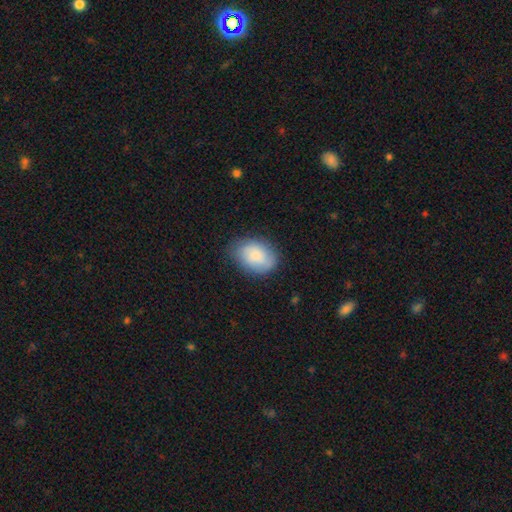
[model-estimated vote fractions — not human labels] Overall: smooth (76%). How rounded: in between (75%). Merging: none (77%).